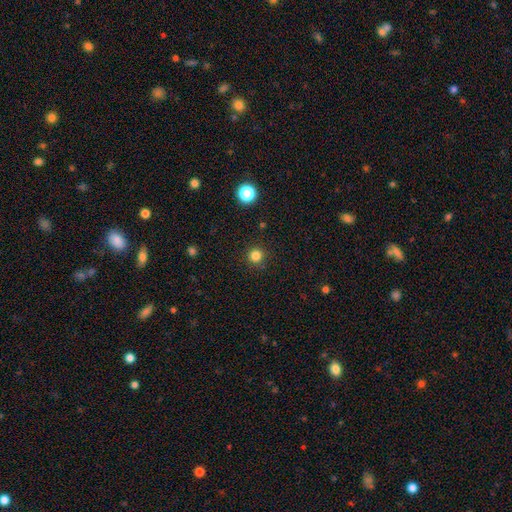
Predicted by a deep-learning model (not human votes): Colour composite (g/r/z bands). It shows a smooth galaxy with no disk features (82%) that is round (96%). Merging: none (91%).